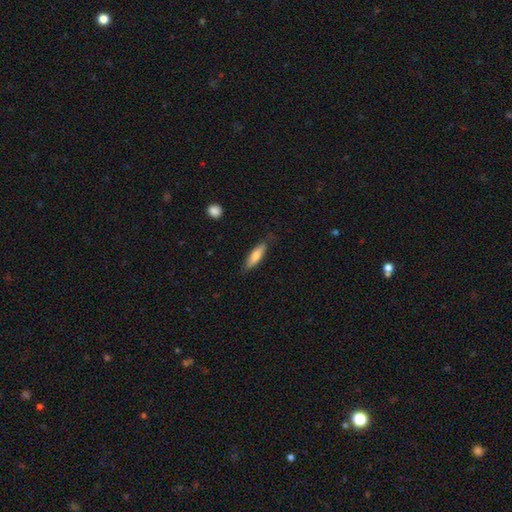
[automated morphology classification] Overall: smooth (76%). How rounded: cigar-shaped (62%; in between 36%). Merging: none (81%).